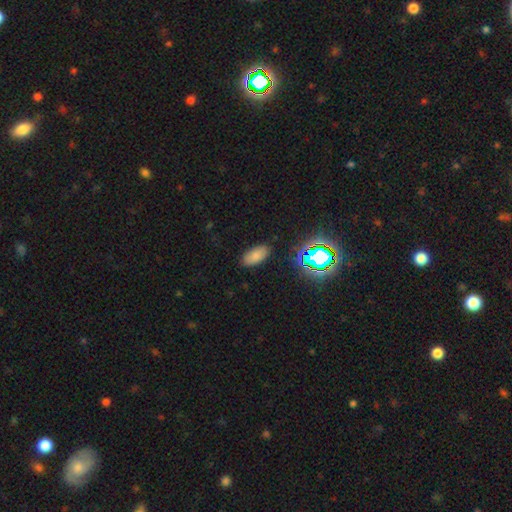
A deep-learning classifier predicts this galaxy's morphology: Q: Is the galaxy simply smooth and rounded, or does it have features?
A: smooth — 74%.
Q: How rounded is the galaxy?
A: in between — 92%.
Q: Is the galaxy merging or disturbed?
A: none — 86%.